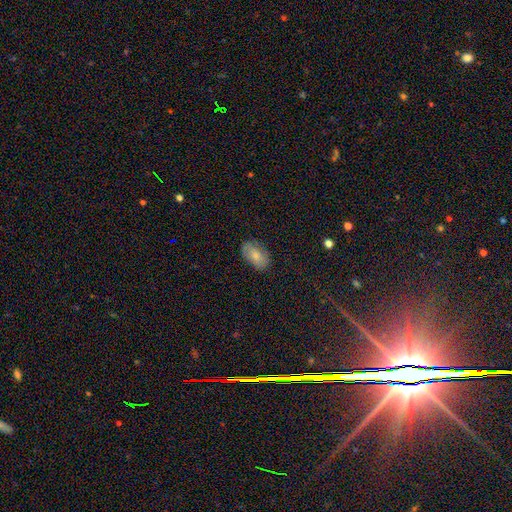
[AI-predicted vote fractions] This appears to be a smooth galaxy with no disk features (78%) that is in between round and cigar-shaped (92%). Merging: none (80%).